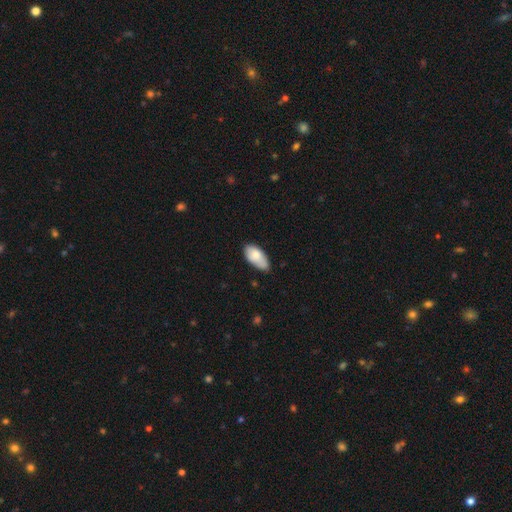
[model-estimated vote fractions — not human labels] A smooth galaxy with no disk features (79%) that is in between round and cigar-shaped (93%).

Vote fractions:
- Smooth or featured? smooth: 79% / featured or disk: 15% / star or artifact: 6%
- How rounded? in between: 93% / cigar-shaped: 4% / round: 2%
- Merging? none: 59% / minor disturbance: 33% / major disturbance: 5% / merger: 3%